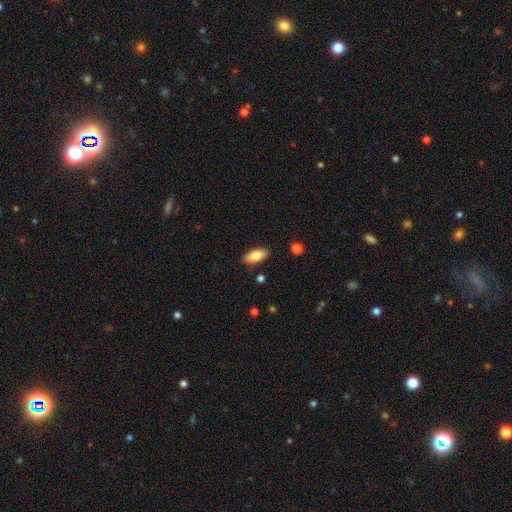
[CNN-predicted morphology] The model was most divided on "smooth or featured": smooth: 81%, featured or disk: 13%, star or artifact: 7%. More confident: merging — none (87%); how rounded — in between (87%).